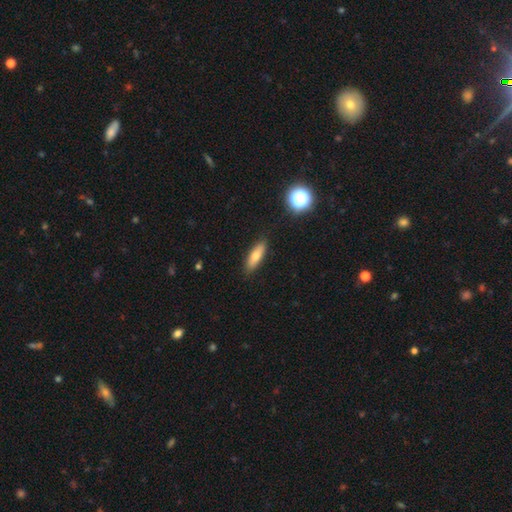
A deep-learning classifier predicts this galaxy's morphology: Smooth or featured? Predicted: smooth (p=0.68). How rounded? Predicted: cigar-shaped (p=0.51). Merging? Predicted: none (p=0.87).